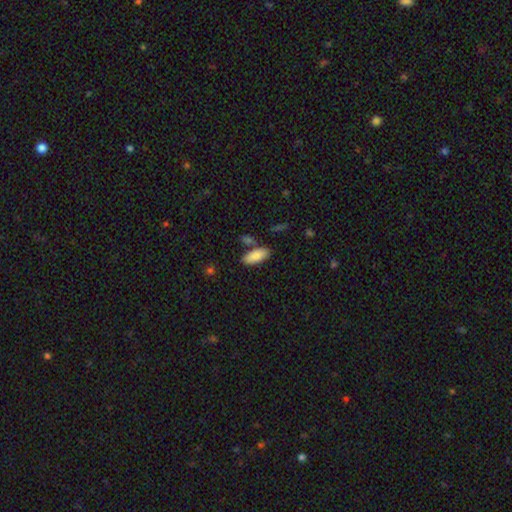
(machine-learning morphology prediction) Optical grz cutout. It shows a smooth galaxy with no disk features (87%) that is in between round and cigar-shaped (85%). Merging: none (75%).